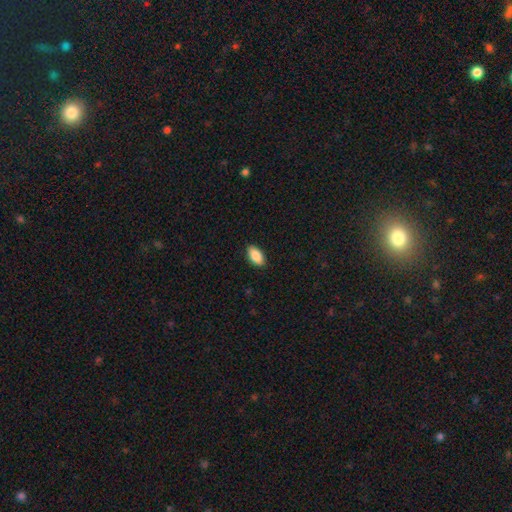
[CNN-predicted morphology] smooth 89%, star or artifact 7%, featured or disk 5%. Down the decision tree: how rounded — in between (94%); merging — none (89%).